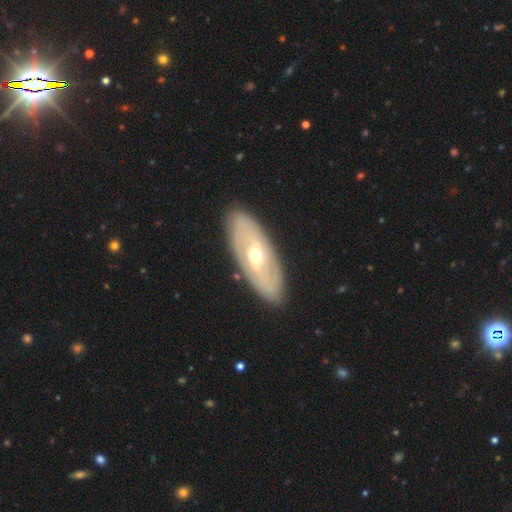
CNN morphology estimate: This is likely a featured or disk galaxy (67%). It is clearly not viewed edge-on (83%). Bar: possibly no (57%). Spiral arm pattern: possibly no (52%). Central bulge: likely moderate (72%). Merging: clearly none (86%).